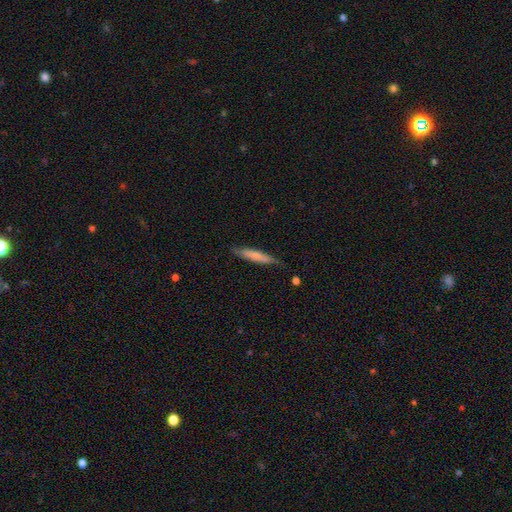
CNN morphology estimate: This appears to be a smooth galaxy with no disk features (66%) that is cigar-shaped (92%). Merging: none (81%).